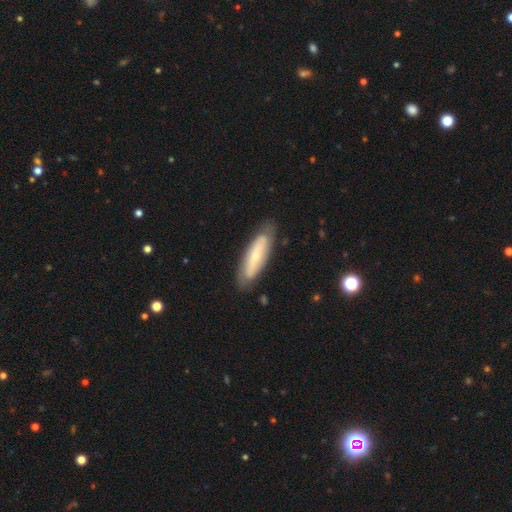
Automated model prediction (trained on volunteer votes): smooth-or-featured: smooth: 48% | featured or disk: 46% | star or artifact: 6%
  merging: none: 79% | minor disturbance: 16% | major disturbance: 4% | merger: 1%